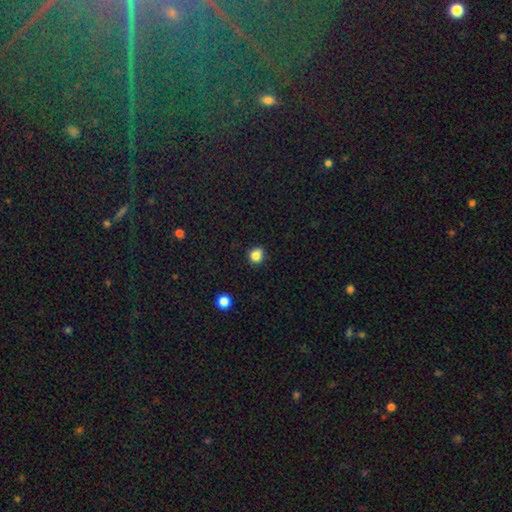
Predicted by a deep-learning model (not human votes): Overall: smooth (83%). How rounded: round (82%). Merging: none (80%).